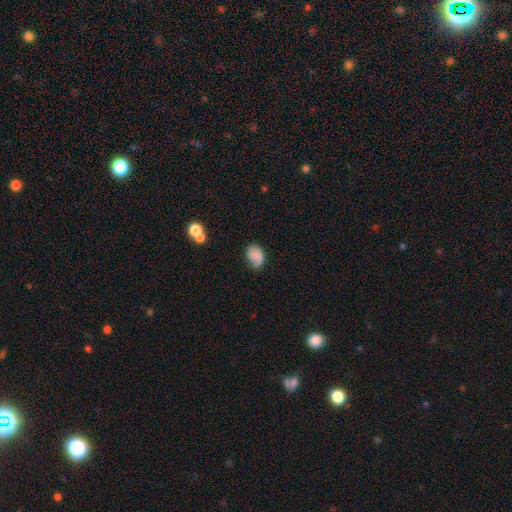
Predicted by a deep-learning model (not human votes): Smooth or featured? smooth (64%)
How rounded? in between (70%)
Merging? none (52%)